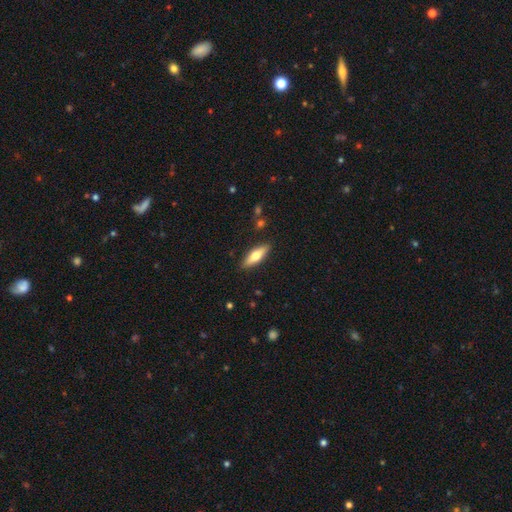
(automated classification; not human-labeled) smooth 59%, featured or disk 35%, star or artifact 6%. Down the decision tree: how rounded — in between (51%); merging — none (88%).